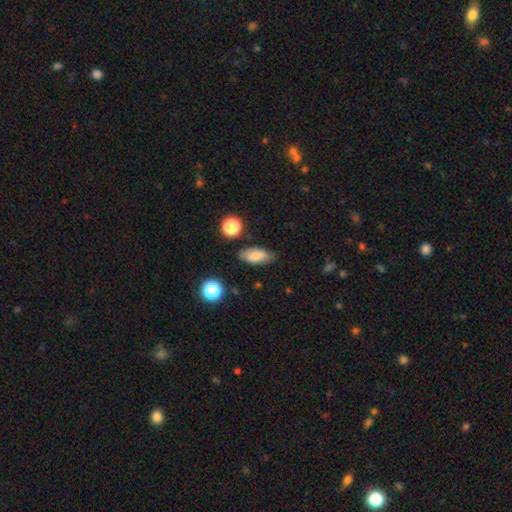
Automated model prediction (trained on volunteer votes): A smooth galaxy with no disk features (79%) that is in between round and cigar-shaped (84%). Merging: none (79%).